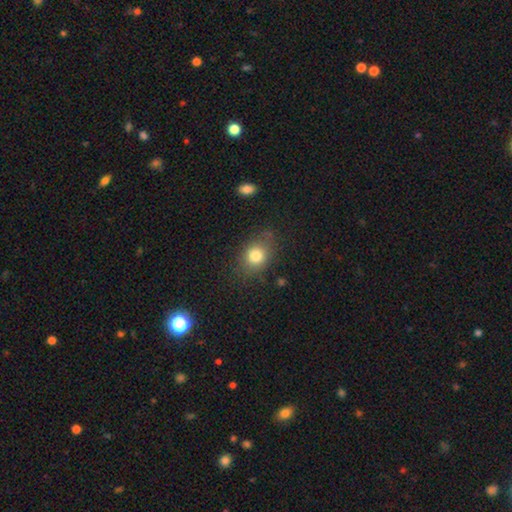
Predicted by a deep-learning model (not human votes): Morphology: type=smooth (80%); roundness=in between (50%); merging=none (76%).